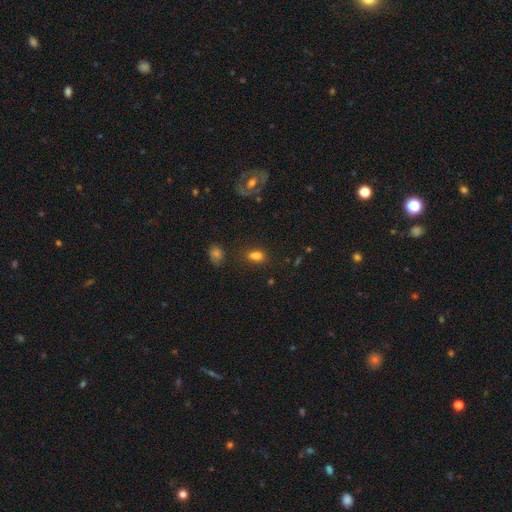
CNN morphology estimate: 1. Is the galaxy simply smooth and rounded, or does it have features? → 80% smooth, 14% star or artifact, 7% featured or disk.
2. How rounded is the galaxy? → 84% in between, 12% round, 4% cigar-shaped.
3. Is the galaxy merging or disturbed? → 71% none, 15% minor disturbance, 8% merger, 5% major disturbance.